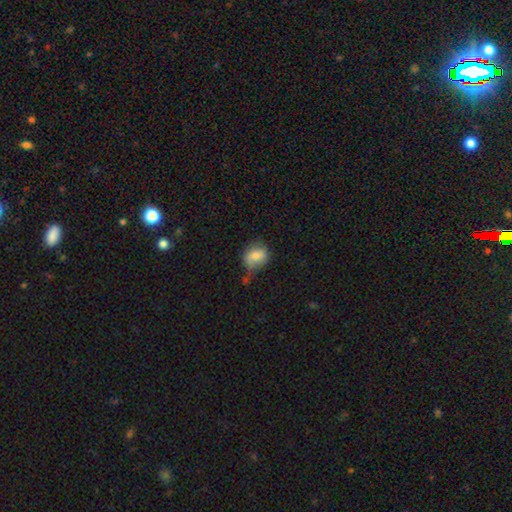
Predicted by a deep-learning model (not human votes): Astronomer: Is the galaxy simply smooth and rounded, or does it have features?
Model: smooth — 74%.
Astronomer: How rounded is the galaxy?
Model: round — 50% (runner-up: in between, 48%).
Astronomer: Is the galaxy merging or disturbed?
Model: none — 44% (runner-up: minor disturbance, 34%).